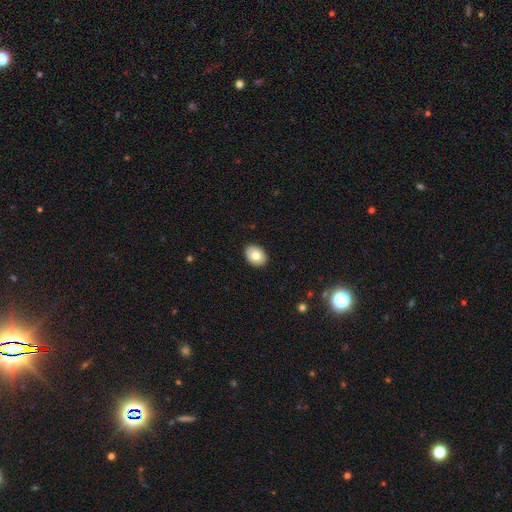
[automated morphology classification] Q: Smooth or featured?
A: smooth (77%); runner-up: featured or disk (15%)
Q: How rounded?
A: in between (70%); runner-up: round (29%)
Q: Merging?
A: none (90%); runner-up: minor disturbance (7%)